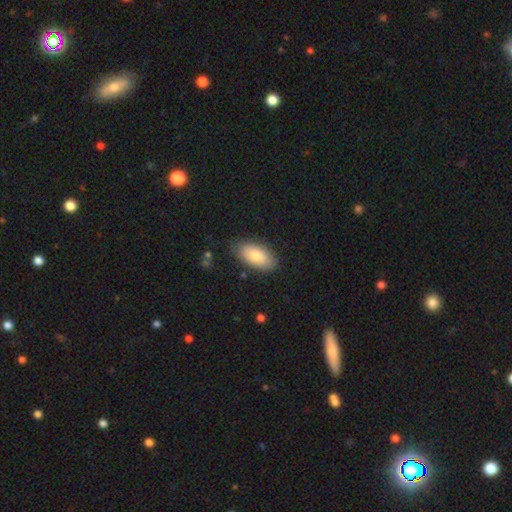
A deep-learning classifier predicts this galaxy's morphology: A smooth galaxy with no disk features (78%) that is in between round and cigar-shaped (93%).

Vote fractions:
- Smooth or featured? smooth: 78% / featured or disk: 15% / star or artifact: 6%
- How rounded? in between: 93% / cigar-shaped: 4% / round: 3%
- Merging? none: 82% / minor disturbance: 14% / major disturbance: 3% / merger: 2%